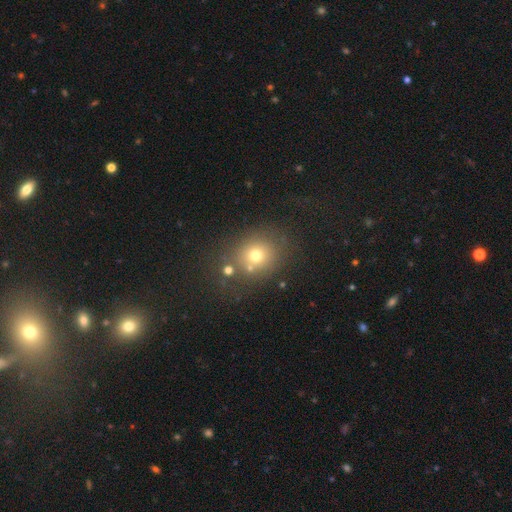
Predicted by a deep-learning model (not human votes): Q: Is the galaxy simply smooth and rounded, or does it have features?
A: smooth — 68%.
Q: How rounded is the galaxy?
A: round — 74%.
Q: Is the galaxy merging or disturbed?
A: none — 65%.